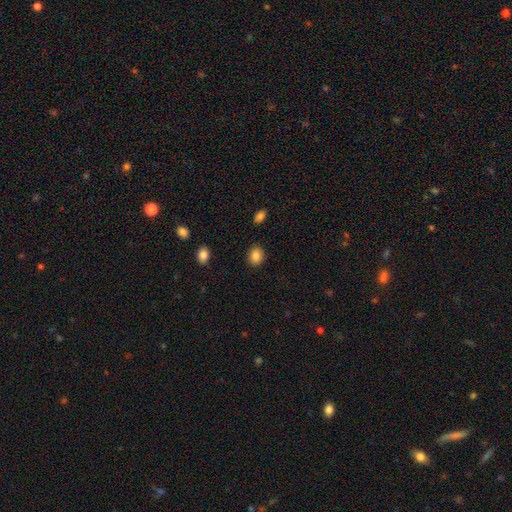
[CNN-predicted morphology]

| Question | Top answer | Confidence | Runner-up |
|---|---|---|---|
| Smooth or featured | smooth | 87% | star or artifact (9%) |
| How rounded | round | 50% | in between (49%) |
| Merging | none | 87% | minor disturbance (9%) |